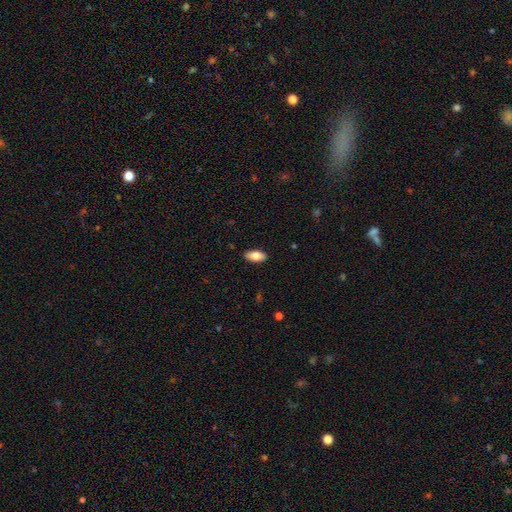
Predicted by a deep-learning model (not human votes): Overall: smooth (81%). How rounded: in between (91%). Merging: none (89%).